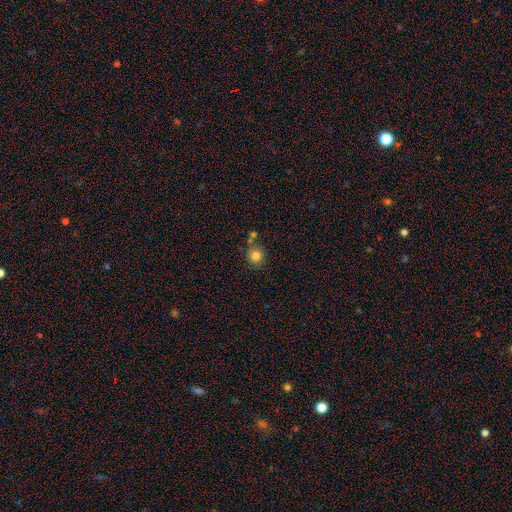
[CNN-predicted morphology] This is clearly a smooth galaxy (82%). How rounded: clearly round (87%). Merging: likely none (69%).